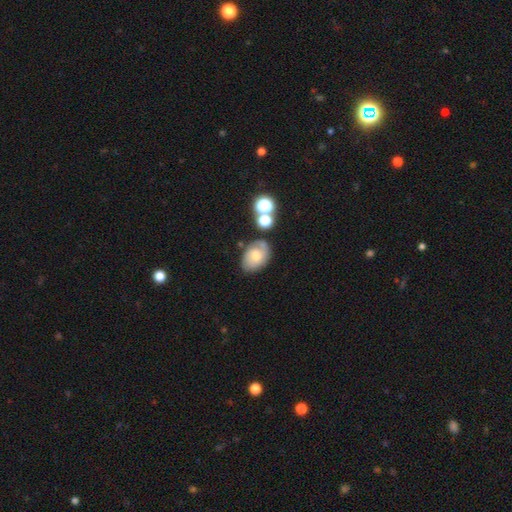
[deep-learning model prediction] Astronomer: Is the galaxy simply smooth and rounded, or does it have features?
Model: smooth — 53% (runner-up: featured or disk, 36%).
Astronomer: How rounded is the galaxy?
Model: in between — 80%.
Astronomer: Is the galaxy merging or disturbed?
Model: none — 60%.